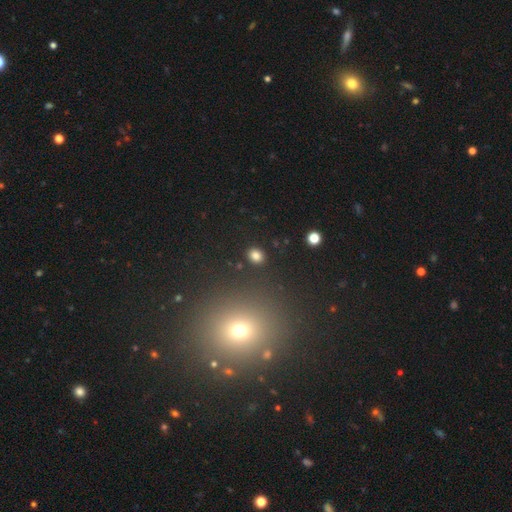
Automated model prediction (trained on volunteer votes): smooth-or-featured: smooth: 82% | star or artifact: 13% | featured or disk: 5%
  how-rounded: round: 66% | in between: 33% | cigar-shaped: 1%
  merging: none: 89% | minor disturbance: 7% | major disturbance: 3% | merger: 2%